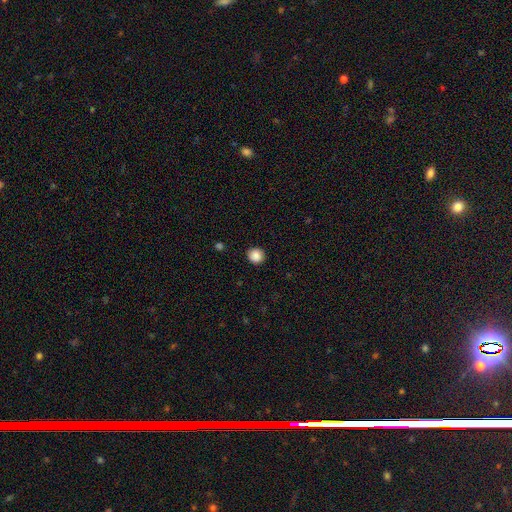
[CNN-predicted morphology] This is clearly a smooth galaxy (88%). How rounded: clearly round (93%). Merging: clearly none (92%).